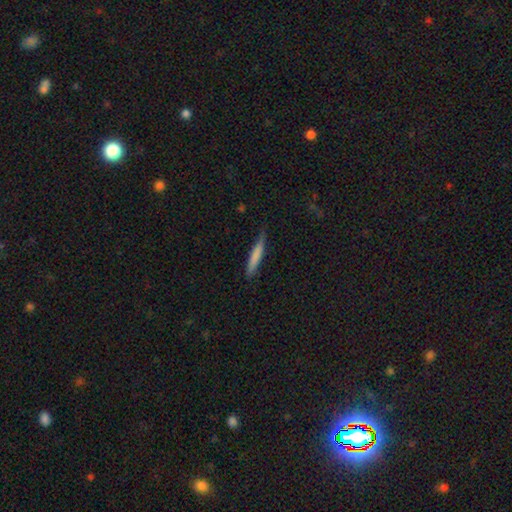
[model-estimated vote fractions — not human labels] smooth 72%, featured or disk 22%, star or artifact 6%. Down the decision tree: how rounded — cigar-shaped (94%); merging — none (77%).